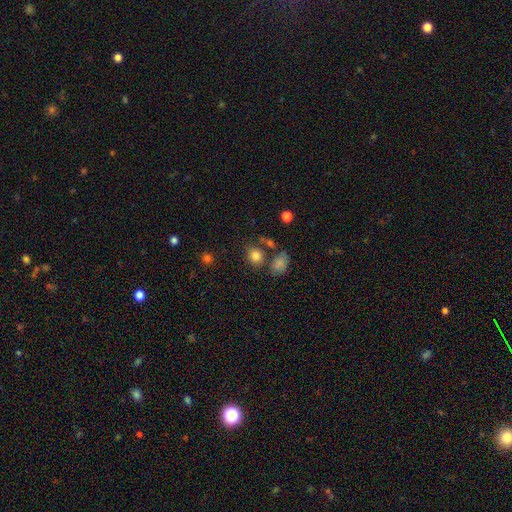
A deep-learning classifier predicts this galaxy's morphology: Smooth or featured? smooth (82%)
How rounded? round (73%)
Merging? none (68%)